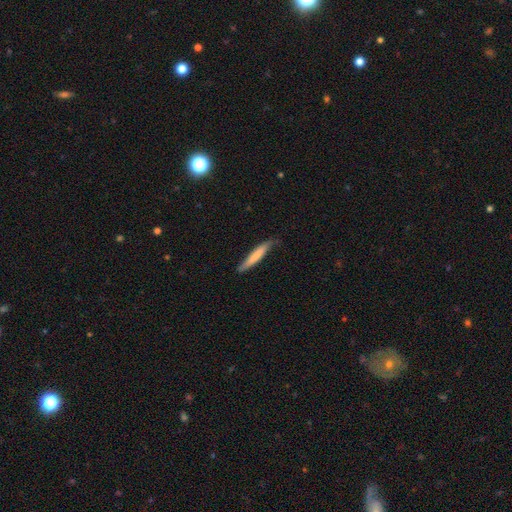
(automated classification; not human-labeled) Smooth or featured? Predicted: smooth (p=0.71). How rounded? Predicted: cigar-shaped (p=0.93). Merging? Predicted: none (p=0.74).